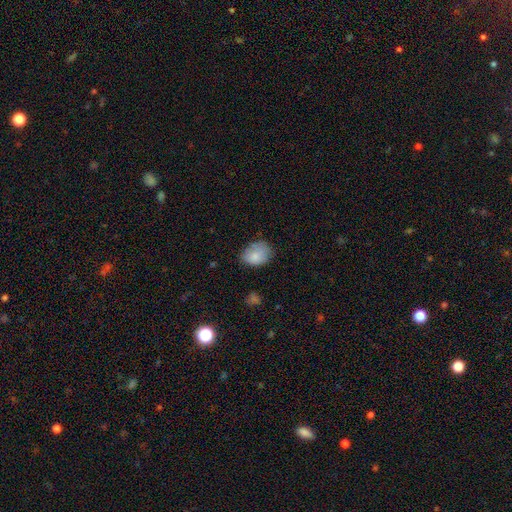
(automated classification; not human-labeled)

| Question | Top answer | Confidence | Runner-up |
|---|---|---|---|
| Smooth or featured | smooth | 83% | featured or disk (10%) |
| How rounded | in between | 70% | round (28%) |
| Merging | none | 65% | minor disturbance (27%) |